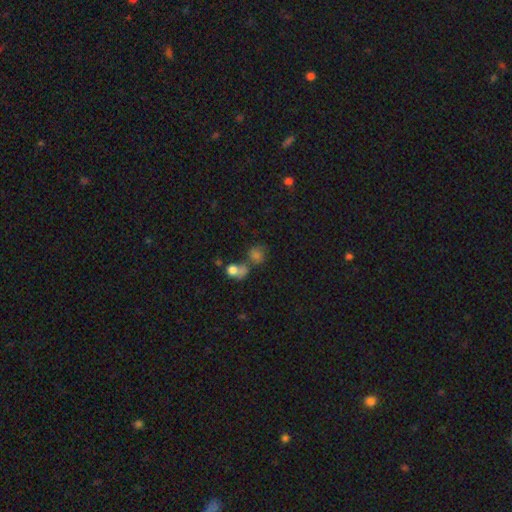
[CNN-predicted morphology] smooth_or_featured: smooth (p=0.60) [alt: star or artifact p=0.26]
how_rounded: round (p=0.76) [alt: in between p=0.22]
merging: none (p=0.45) [alt: merger p=0.38]